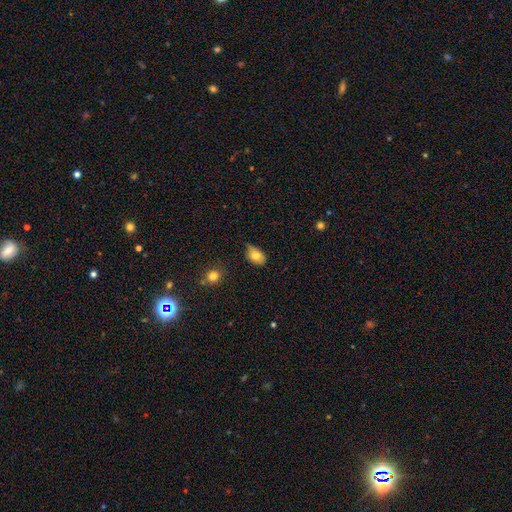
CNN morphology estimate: smooth_or_featured: smooth (p=0.75) [alt: featured or disk p=0.16]
how_rounded: in between (p=0.82) [alt: round p=0.16]
merging: none (p=0.48) [alt: minor disturbance p=0.41]